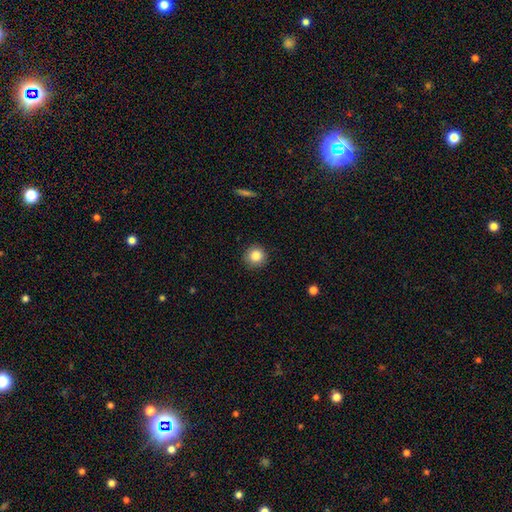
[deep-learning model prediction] This appears to be a smooth galaxy with no disk features (85%) that is round (94%). Merging: none (90%).